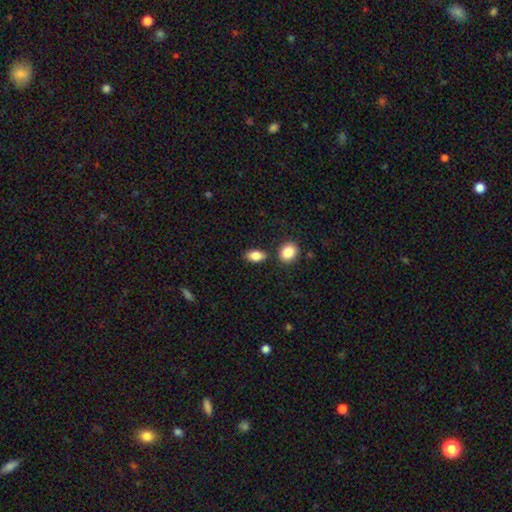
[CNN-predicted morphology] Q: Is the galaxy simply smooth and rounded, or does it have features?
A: smooth — 85%.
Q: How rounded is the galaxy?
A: in between — 87%.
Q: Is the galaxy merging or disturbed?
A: none — 78%.